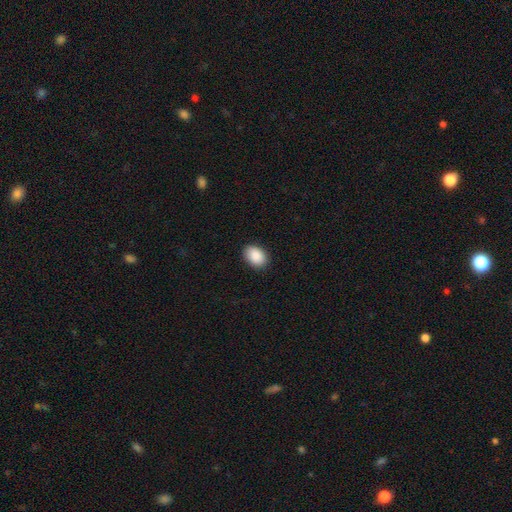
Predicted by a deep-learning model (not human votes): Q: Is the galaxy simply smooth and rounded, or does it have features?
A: smooth — 90%.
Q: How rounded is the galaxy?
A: in between — 81%.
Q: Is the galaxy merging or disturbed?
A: none — 88%.